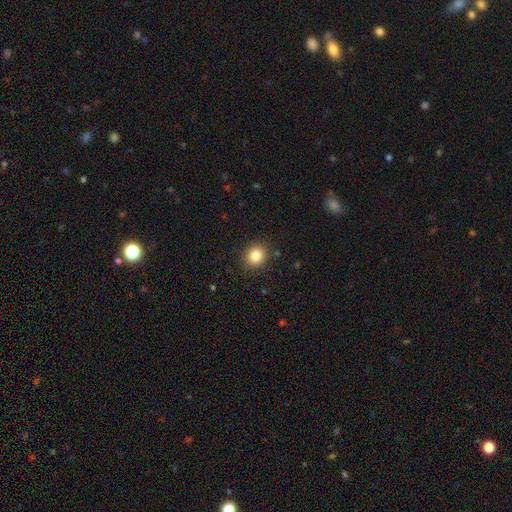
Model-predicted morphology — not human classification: A smooth galaxy with no disk features (83%) that is round (80%). Merging: none (88%).